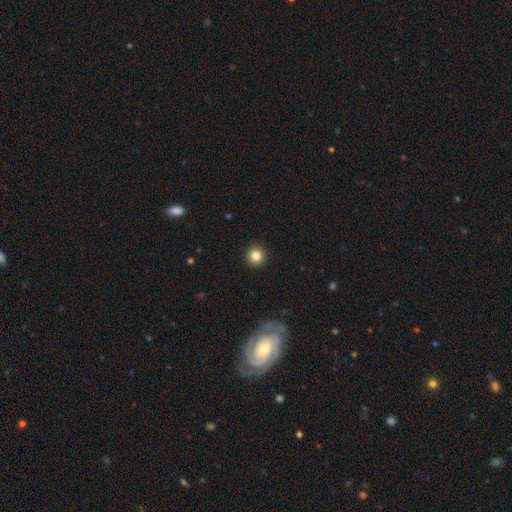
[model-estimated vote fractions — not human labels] smooth-or-featured: smooth: 83% | star or artifact: 11% | featured or disk: 6%
  how-rounded: round: 94% | in between: 5% | cigar-shaped: 1%
  merging: none: 93% | minor disturbance: 4% | major disturbance: 1% | merger: 1%